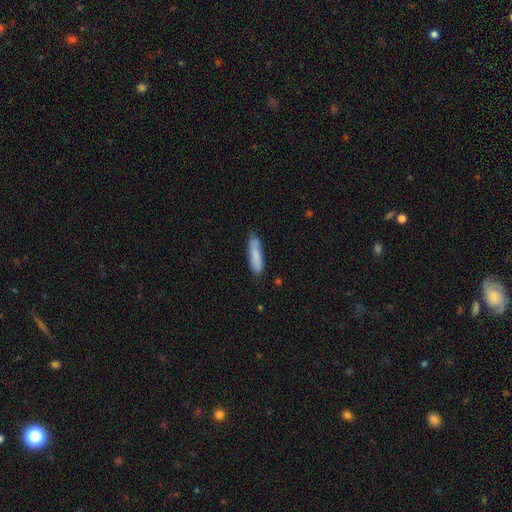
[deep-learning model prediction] This is likely a smooth galaxy (78%). How rounded: likely cigar-shaped (74%). Merging: likely none (73%).